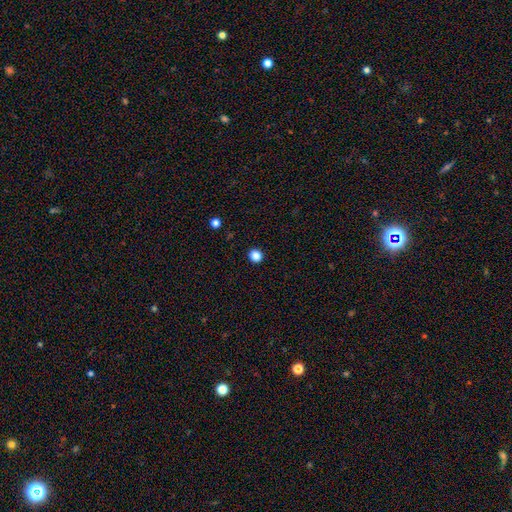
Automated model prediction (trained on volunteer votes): Morphology: type=smooth (86%); roundness=round (89%); merging=none (93%).